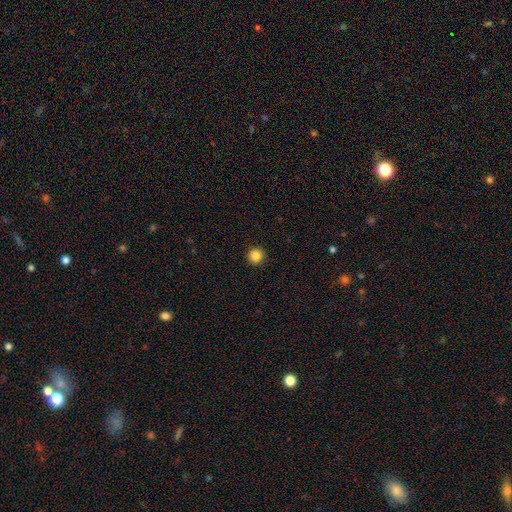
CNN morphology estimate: Smooth or featured? smooth (85%)
How rounded? round (96%)
Merging? none (93%)